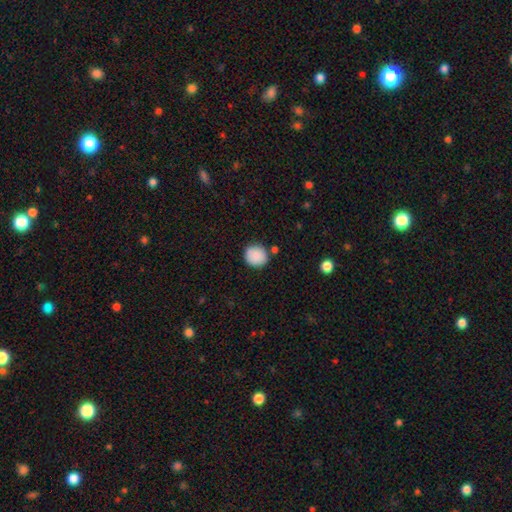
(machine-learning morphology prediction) Smooth or featured? Predicted: smooth (p=0.88). How rounded? Predicted: round (p=0.87). Merging? Predicted: none (p=0.83).